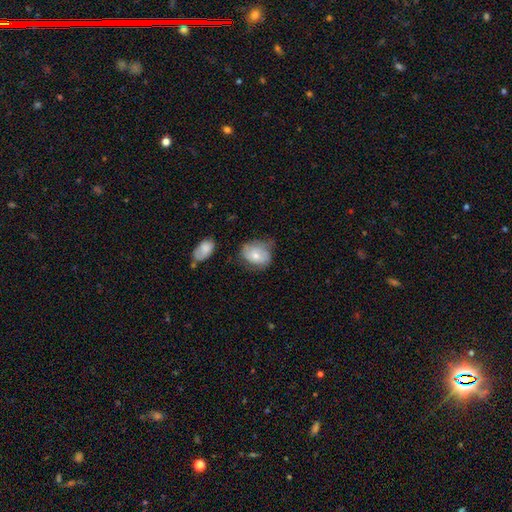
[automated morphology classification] This is possibly a smooth galaxy (57%). How rounded: possibly in between (56%). Merging: possibly none (48%).